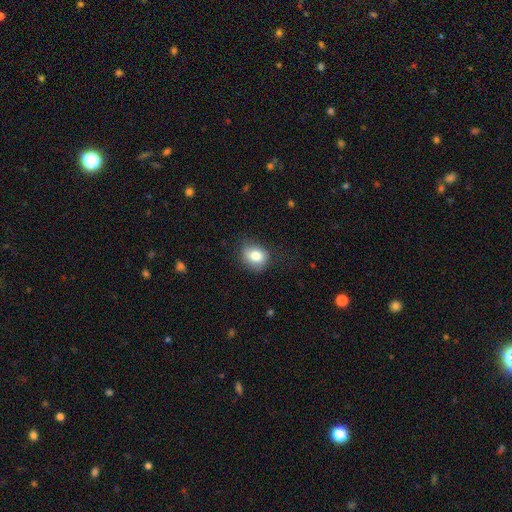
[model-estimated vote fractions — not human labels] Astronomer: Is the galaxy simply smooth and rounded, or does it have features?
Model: smooth — 79%.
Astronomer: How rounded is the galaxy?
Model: round — 56% (runner-up: in between, 43%).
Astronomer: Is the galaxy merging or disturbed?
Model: none — 72%.